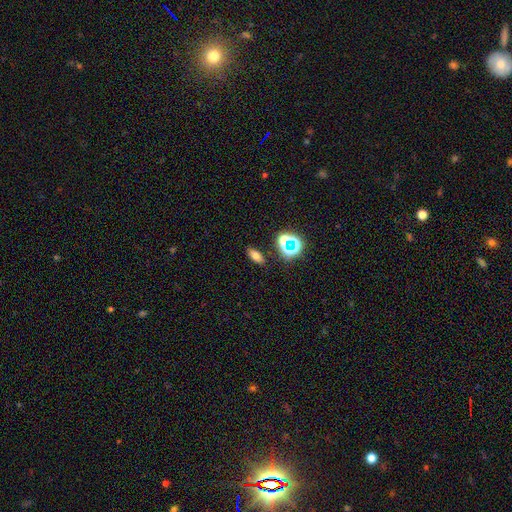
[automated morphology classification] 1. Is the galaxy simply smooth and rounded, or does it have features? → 66% smooth, 20% star or artifact, 14% featured or disk.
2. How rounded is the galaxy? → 78% in between, 11% cigar-shaped, 11% round.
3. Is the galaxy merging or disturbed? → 86% none, 8% minor disturbance, 3% merger, 3% major disturbance.